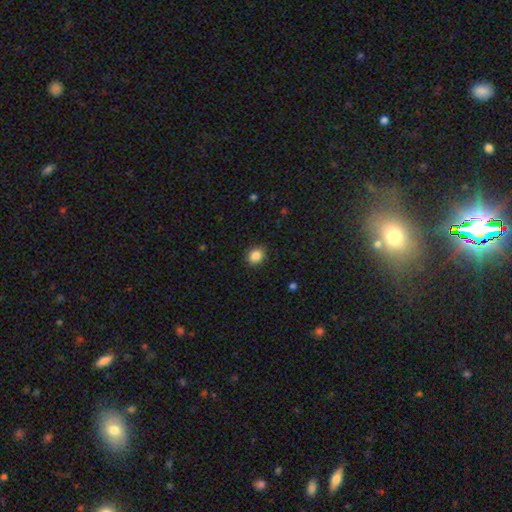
Smooth or featured? smooth (88%)
How rounded? round (80%)
Merging? none (92%)